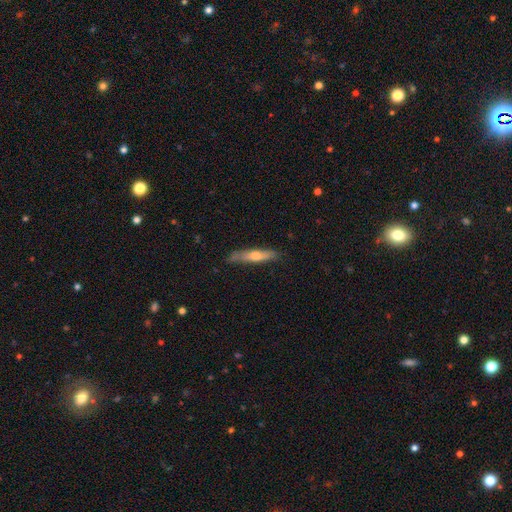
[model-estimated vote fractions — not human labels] smooth_or_featured: smooth (p=0.52) [alt: featured or disk p=0.42]
how_rounded: cigar-shaped (p=0.86) [alt: in between p=0.12]
merging: none (p=0.81) [alt: minor disturbance p=0.15]